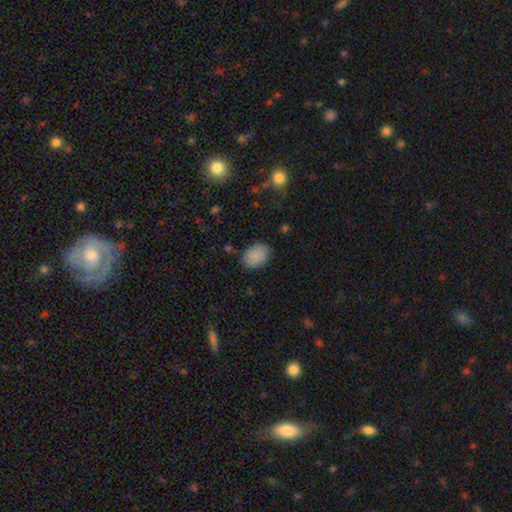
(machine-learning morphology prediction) Smooth or featured?
  - smooth: 89% *
  - star or artifact: 7%
  - featured or disk: 4%
How rounded?
  - in between: 77% *
  - round: 22%
  - cigar-shaped: 1%
Merging?
  - none: 84% *
  - minor disturbance: 12%
  - major disturbance: 3%
  - merger: 1%